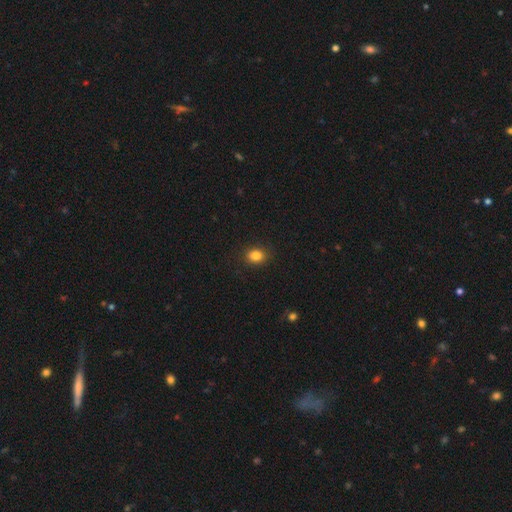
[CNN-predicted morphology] Smooth or featured? Predicted: smooth (p=0.84). How rounded? Predicted: in between (p=0.50). Merging? Predicted: none (p=0.88).